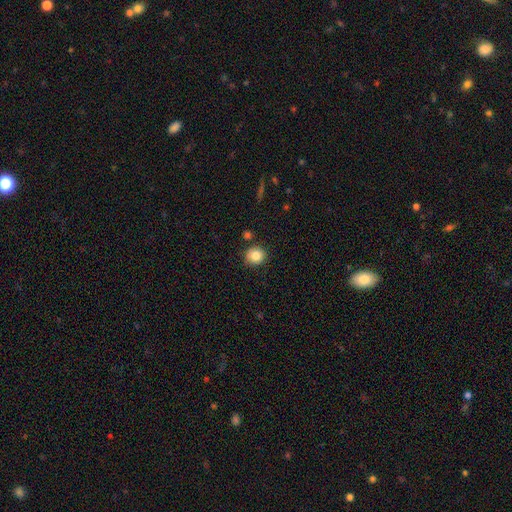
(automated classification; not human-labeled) Smooth or featured? smooth (83%)
How rounded? round (87%)
Merging? none (85%)